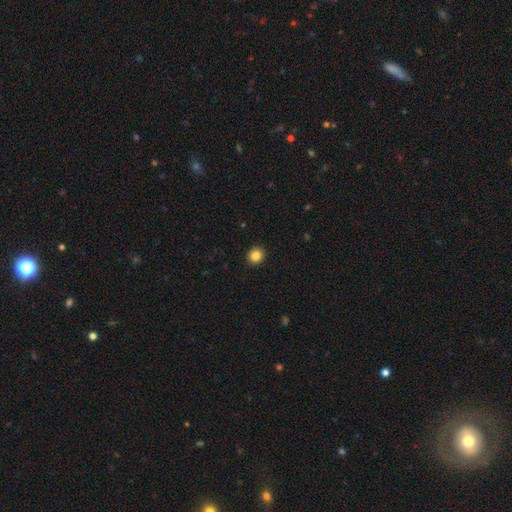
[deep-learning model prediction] smooth_or_featured: smooth (p=0.86) [alt: star or artifact p=0.10]
how_rounded: round (p=0.86) [alt: in between p=0.13]
merging: none (p=0.92) [alt: minor disturbance p=0.05]